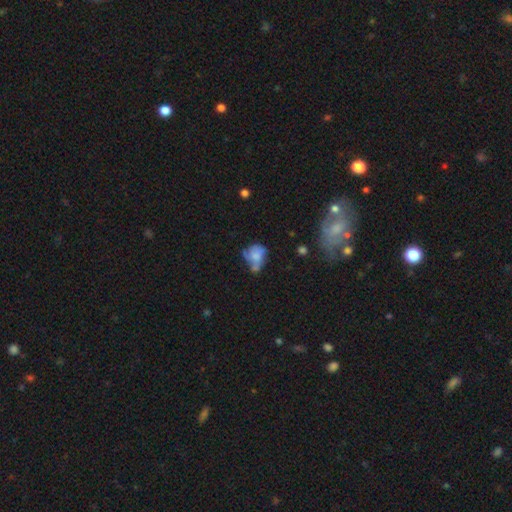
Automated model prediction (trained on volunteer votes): A smooth galaxy with no disk features (53%) that is in between round and cigar-shaped (62%).

Vote fractions:
- Smooth or featured? smooth: 53% / featured or disk: 36% / star or artifact: 11%
- How rounded? in between: 62% / round: 36% / cigar-shaped: 2%
- Merging? none: 29% / major disturbance: 28% / minor disturbance: 27% / merger: 16%